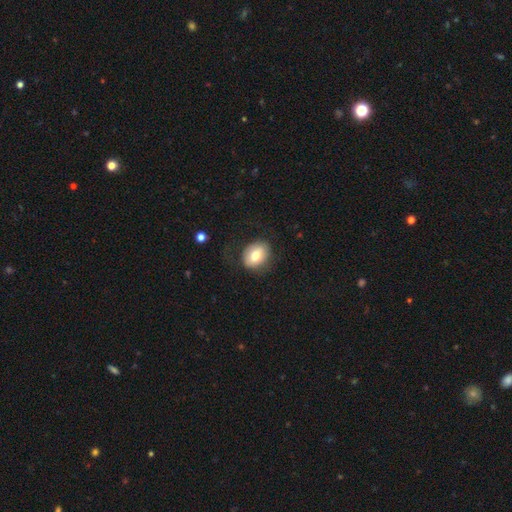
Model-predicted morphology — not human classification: Smooth or featured? smooth (75%)
How rounded? in between (56%)
Merging? none (75%)